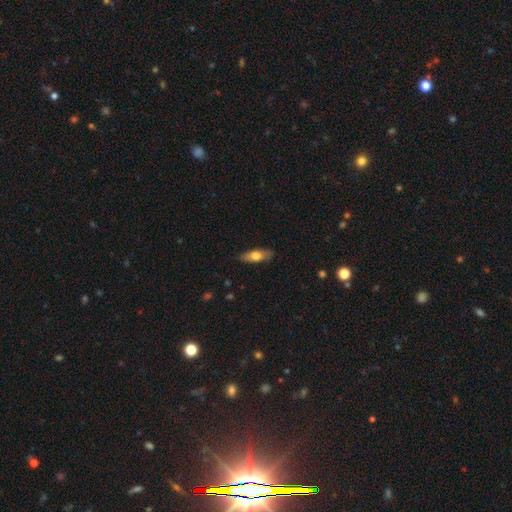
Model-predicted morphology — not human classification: This is likely a smooth galaxy (65%). How rounded: likely in between (65%). Merging: clearly none (82%).